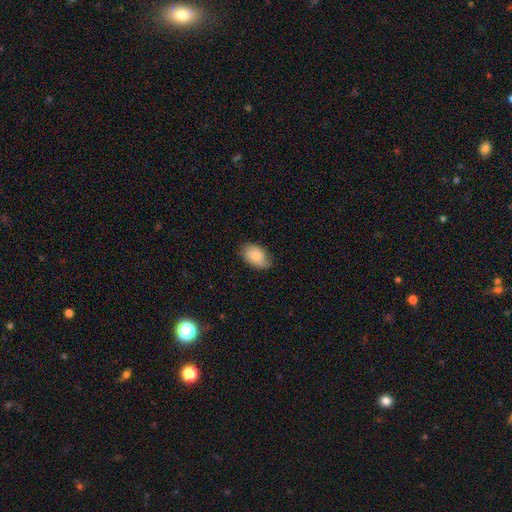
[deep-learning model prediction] smooth 80%, featured or disk 14%, star or artifact 7%. Down the decision tree: how rounded — in between (90%); merging — none (71%).